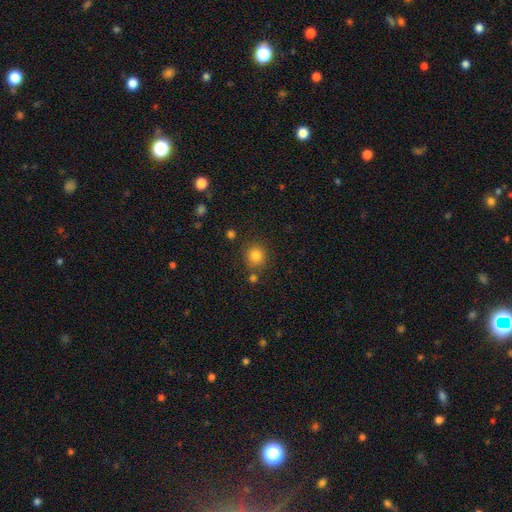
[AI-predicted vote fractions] A smooth galaxy with no disk features (83%) that is round (86%). Merging: none (78%).